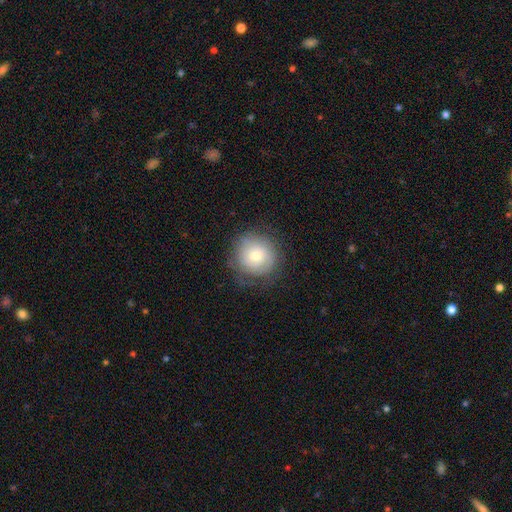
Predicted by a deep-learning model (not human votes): smooth-or-featured: smooth: 62% | featured or disk: 29% | star or artifact: 9%
  how-rounded: round: 92% | in between: 7% | cigar-shaped: 1%
  merging: none: 73% | minor disturbance: 18% | major disturbance: 8% | merger: 1%